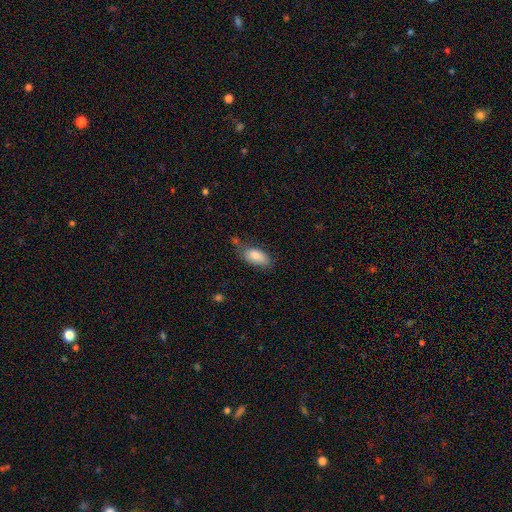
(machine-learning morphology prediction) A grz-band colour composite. It shows a smooth galaxy with no disk features (84%) that is in between round and cigar-shaped (91%). Merging: none (56%).